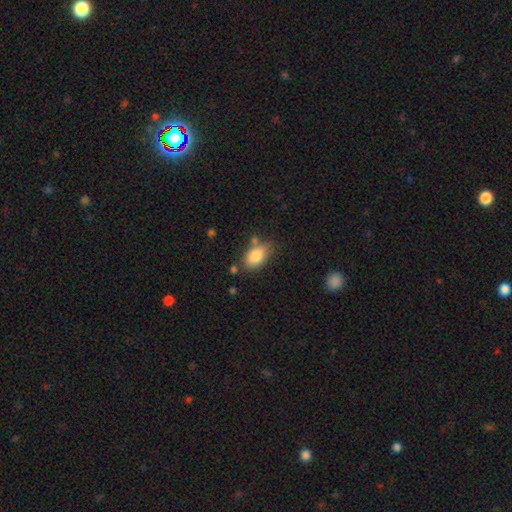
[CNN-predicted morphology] A smooth galaxy with no disk features (86%) that is in between round and cigar-shaped (90%).

Vote fractions:
- Smooth or featured? smooth: 86% / star or artifact: 7% / featured or disk: 6%
- How rounded? in between: 90% / round: 8% / cigar-shaped: 2%
- Merging? none: 69% / minor disturbance: 19% / merger: 7% / major disturbance: 5%